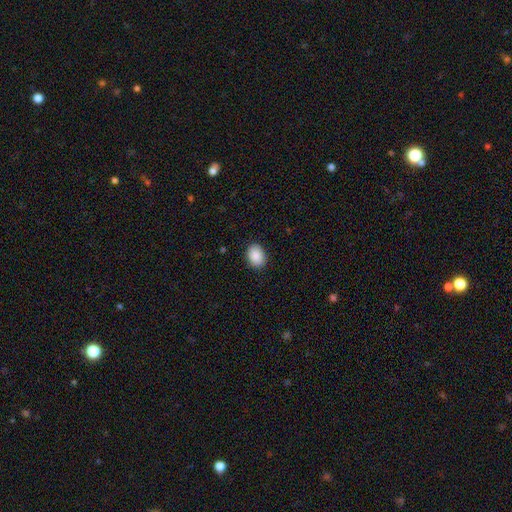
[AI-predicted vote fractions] Smooth or featured: smooth — 90% (star or artifact — 7%)
How rounded: in between — 73% (round — 26%)
Merging: none — 89% (minor disturbance — 8%)